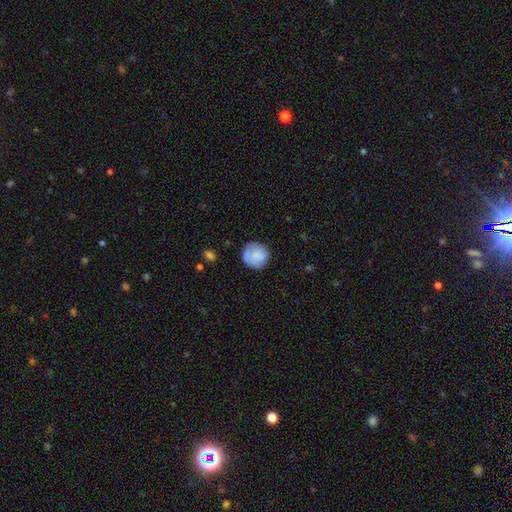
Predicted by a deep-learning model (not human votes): smooth 75%, featured or disk 18%, star or artifact 7%. Down the decision tree: how rounded — round (92%); merging — none (73%).